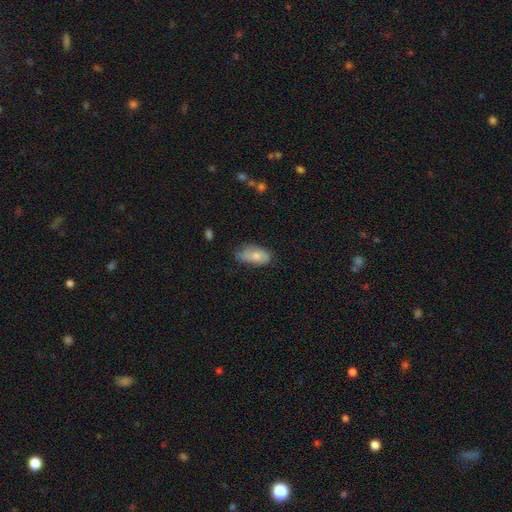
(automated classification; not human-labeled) This is likely a smooth galaxy (72%). How rounded: clearly in between (92%). Merging: possibly none (51%).